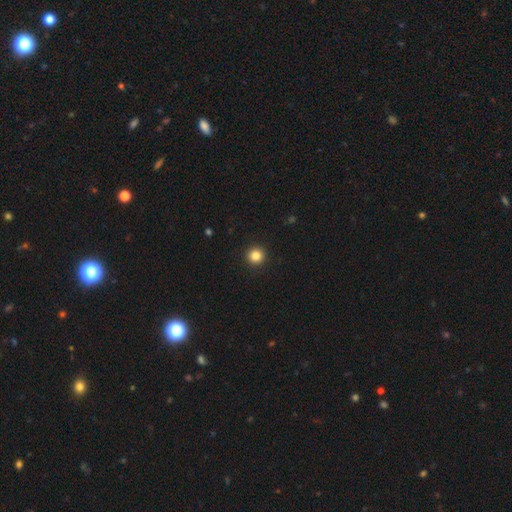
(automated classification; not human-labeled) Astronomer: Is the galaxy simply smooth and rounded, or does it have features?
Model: smooth — 85%.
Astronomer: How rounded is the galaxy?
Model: round — 95%.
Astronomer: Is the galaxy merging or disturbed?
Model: none — 93%.